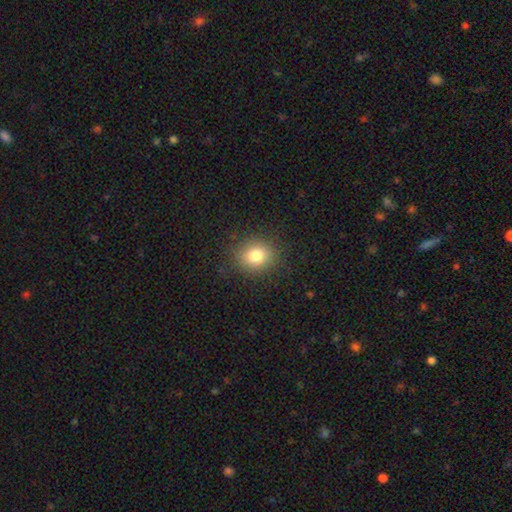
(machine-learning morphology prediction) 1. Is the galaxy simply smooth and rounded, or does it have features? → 81% smooth, 12% star or artifact, 8% featured or disk.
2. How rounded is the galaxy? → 68% round, 31% in between, 1% cigar-shaped.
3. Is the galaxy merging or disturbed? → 86% none, 9% minor disturbance, 3% major disturbance, 1% merger.